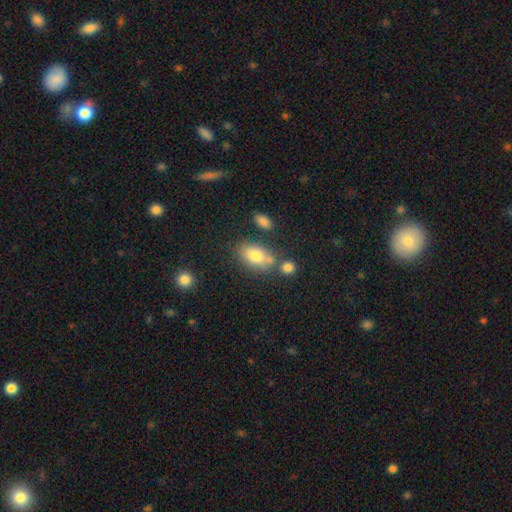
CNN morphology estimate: smooth_or_featured: smooth (p=0.77) [alt: featured or disk p=0.14]
how_rounded: in between (p=0.86) [alt: round p=0.10]
merging: none (p=0.62) [alt: merger p=0.16]